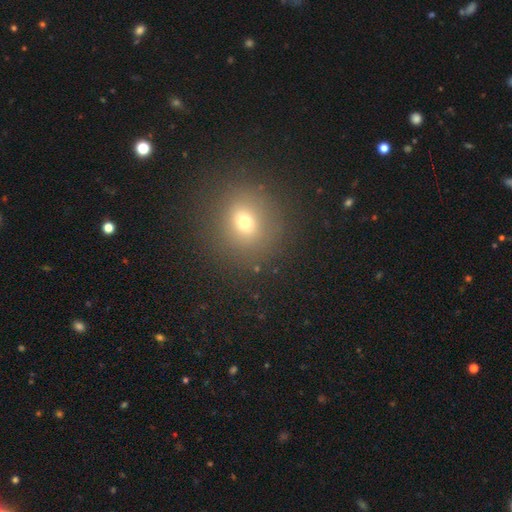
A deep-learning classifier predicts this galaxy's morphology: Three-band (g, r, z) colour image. It shows a smooth galaxy with no disk features (62%) that is round (84%). Merging: none (92%).